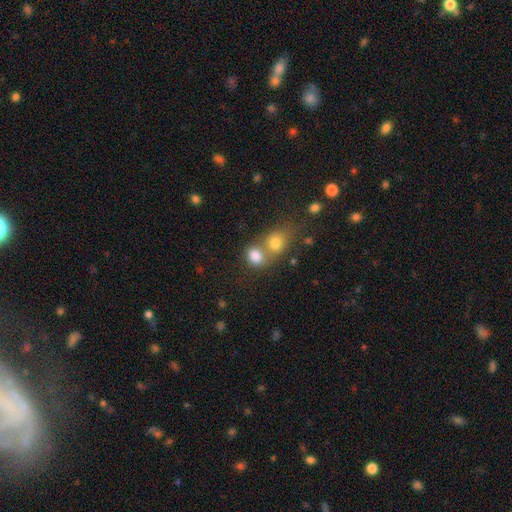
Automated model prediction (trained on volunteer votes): Smooth or featured?
  - smooth: 80% *
  - star or artifact: 11%
  - featured or disk: 9%
How rounded?
  - round: 55% *
  - in between: 43%
  - cigar-shaped: 1%
Merging?
  - merger: 54% *
  - none: 34%
  - minor disturbance: 8%
  - major disturbance: 4%